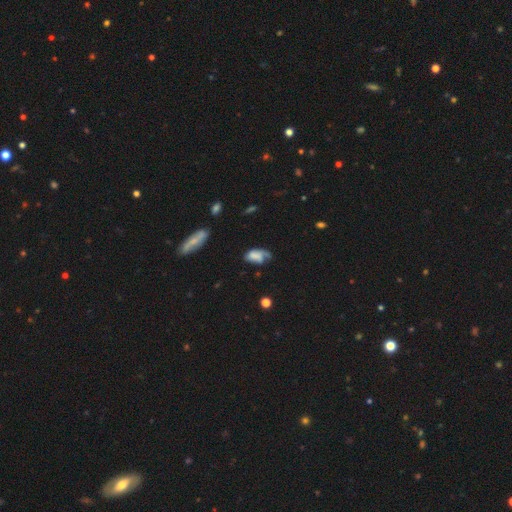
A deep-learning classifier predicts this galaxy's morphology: Overall: smooth (52%; featured or disk 38%). How rounded: in between (89%). Merging: none (33%; major disturbance 31%).